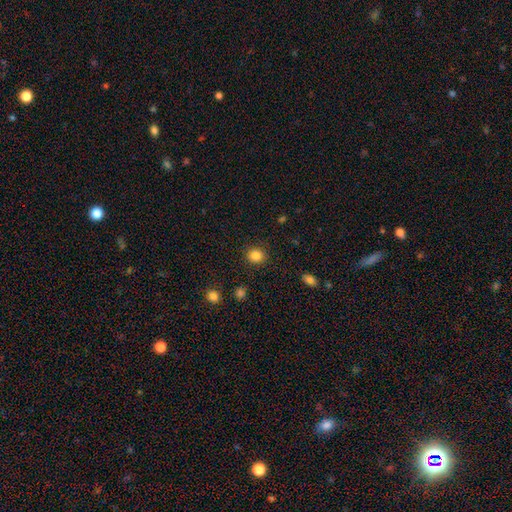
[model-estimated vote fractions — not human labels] The model was most divided on "how rounded": round: 80%, in between: 19%, cigar-shaped: 1%. More confident: merging — none (90%); smooth or featured — smooth (85%).